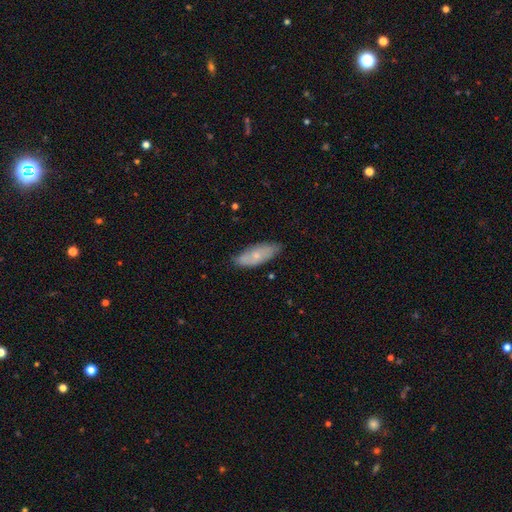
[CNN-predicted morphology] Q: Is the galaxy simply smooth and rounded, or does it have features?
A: smooth — 57%.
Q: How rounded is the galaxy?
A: in between — 72%.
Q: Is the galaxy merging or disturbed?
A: none — 77%.